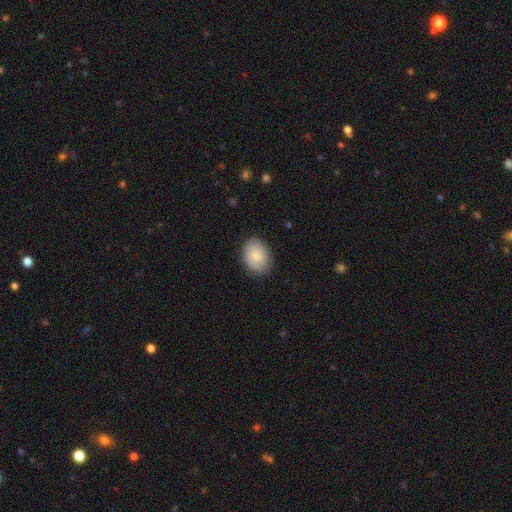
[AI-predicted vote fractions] Smooth or featured?
  - smooth: 84% *
  - featured or disk: 9%
  - star or artifact: 7%
How rounded?
  - in between: 75% *
  - round: 24%
  - cigar-shaped: 1%
Merging?
  - none: 84% *
  - minor disturbance: 13%
  - major disturbance: 3%
  - merger: 1%